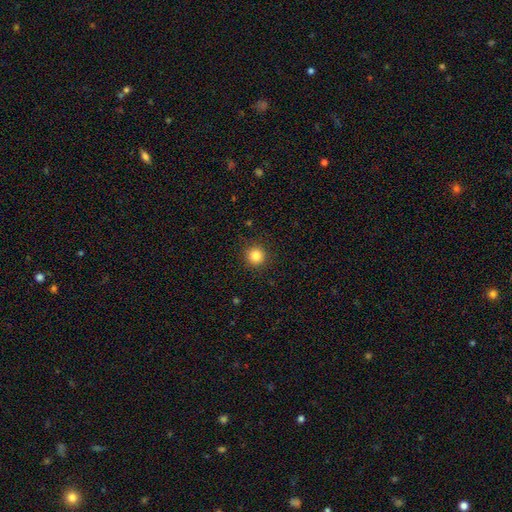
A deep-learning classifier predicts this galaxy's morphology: Overall: smooth (85%). How rounded: round (94%). Merging: none (91%).